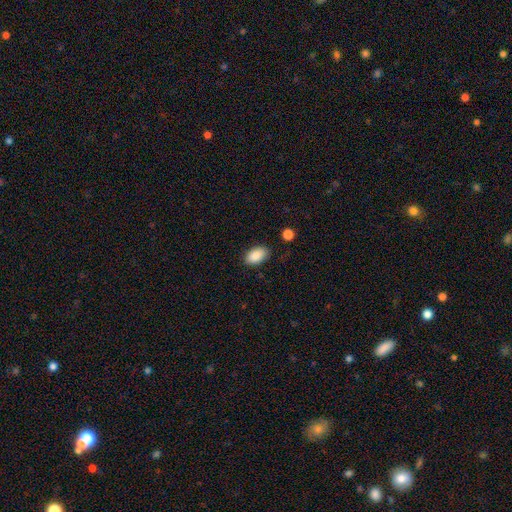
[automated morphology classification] Smooth or featured? Predicted: smooth (p=0.88). How rounded? Predicted: in between (p=0.92). Merging? Predicted: none (p=0.85).